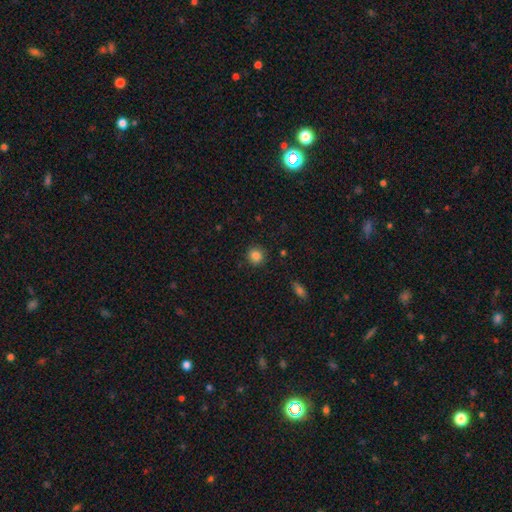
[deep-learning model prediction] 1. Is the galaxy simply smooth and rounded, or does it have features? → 85% smooth, 11% star or artifact, 4% featured or disk.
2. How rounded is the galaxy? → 89% round, 10% in between, 1% cigar-shaped.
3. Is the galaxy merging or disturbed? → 89% none, 7% minor disturbance, 2% major disturbance, 1% merger.